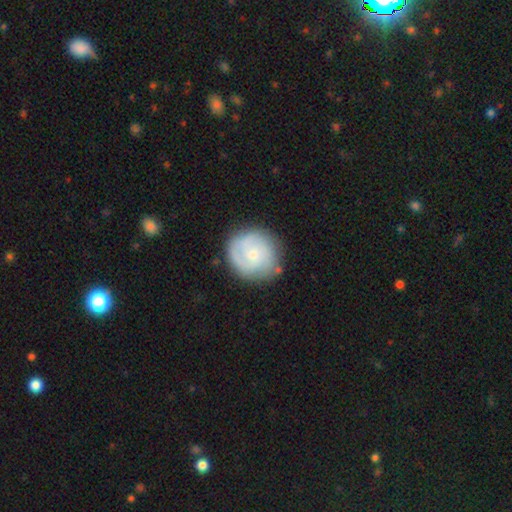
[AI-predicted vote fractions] The model was most divided on "smooth or featured": featured or disk: 56%, smooth: 38%, star or artifact: 6%. More confident: edge-on disk — no (98%); spiral arms — yes (78%); merging — none (76%); bar — no (74%); bulge size — small (61%).